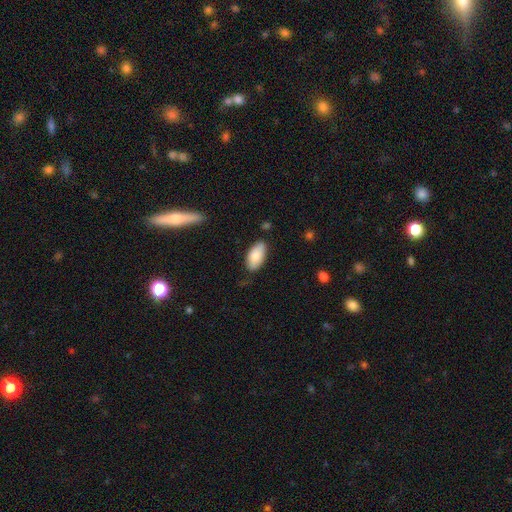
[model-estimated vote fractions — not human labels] Smooth or featured? Predicted: smooth (p=0.82). How rounded? Predicted: in between (p=0.94). Merging? Predicted: none (p=0.78).